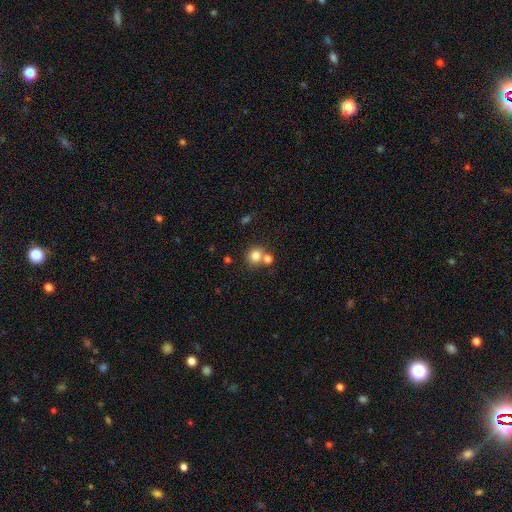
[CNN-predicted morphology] Smooth or featured? Predicted: smooth (p=0.80). How rounded? Predicted: round (p=0.87). Merging? Predicted: none (p=0.54).